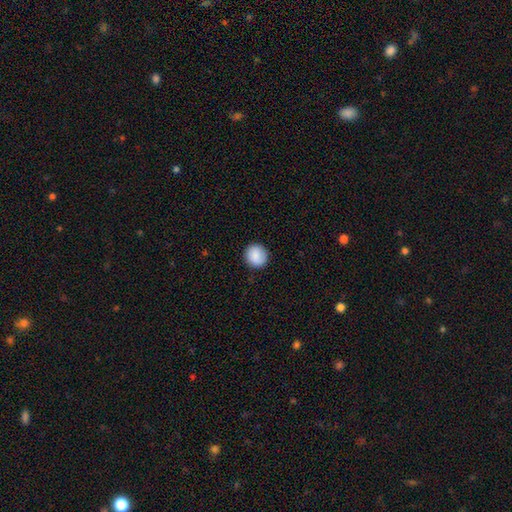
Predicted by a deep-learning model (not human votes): Smooth or featured? Predicted: smooth (p=0.88). How rounded? Predicted: round (p=0.91). Merging? Predicted: none (p=0.90).